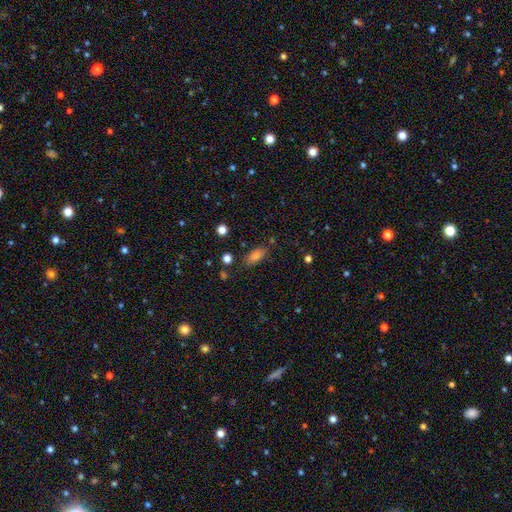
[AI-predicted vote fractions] The model was most divided on "merging": none: 77%, minor disturbance: 15%, major disturbance: 4%, merger: 4%. More confident: how rounded — in between (82%); smooth or featured — smooth (80%).